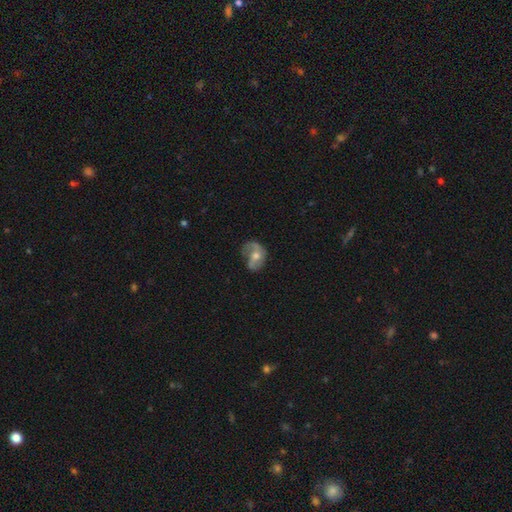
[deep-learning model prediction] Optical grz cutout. It shows a featured or disk galaxy (57%) with no bar (67%), spiral arms (69%) and a moderate central bulge (62%). Merging: none (39%).